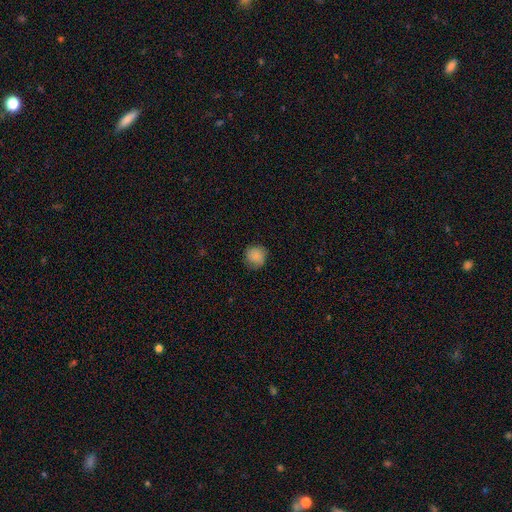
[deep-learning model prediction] Overall: smooth (85%). How rounded: round (90%). Merging: none (80%).